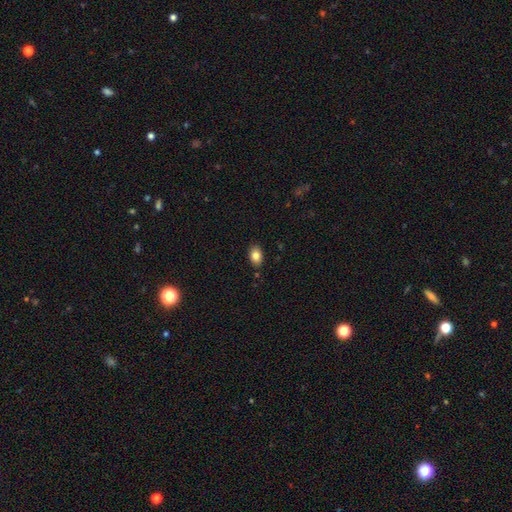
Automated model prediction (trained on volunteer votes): This is clearly a smooth galaxy (83%). How rounded: clearly in between (82%). Merging: clearly none (87%).